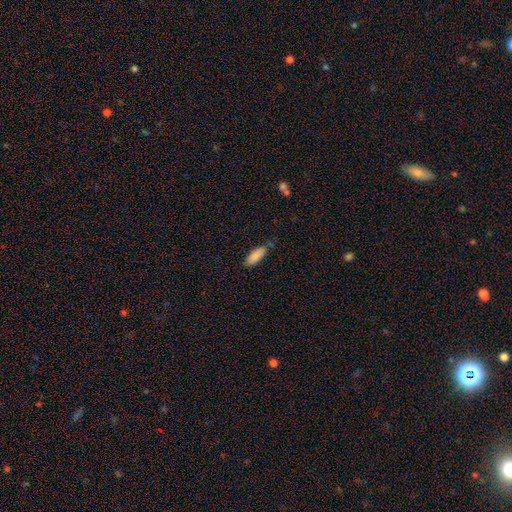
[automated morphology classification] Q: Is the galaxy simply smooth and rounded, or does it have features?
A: smooth — 87%.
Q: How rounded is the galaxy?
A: in between — 65%.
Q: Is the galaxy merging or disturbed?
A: none — 75%.